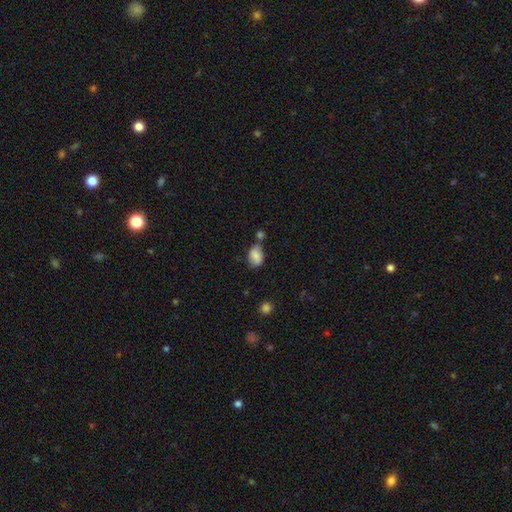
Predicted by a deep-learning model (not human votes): smooth 82%, featured or disk 10%, star or artifact 9%. Down the decision tree: how rounded — in between (81%); merging — none (48%).